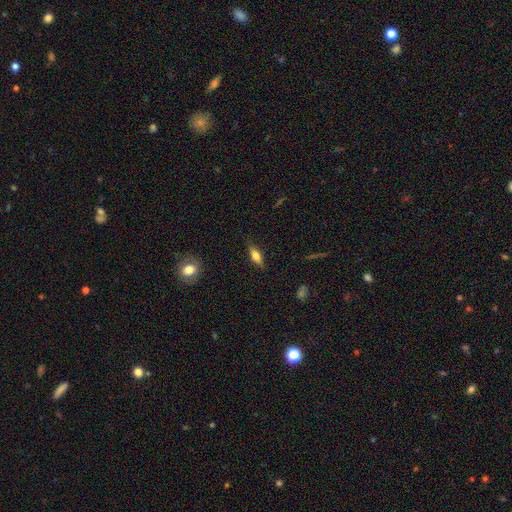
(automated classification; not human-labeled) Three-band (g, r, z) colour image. It shows a smooth galaxy with no disk features (66%) that is in between round and cigar-shaped (65%). Merging: none (80%).